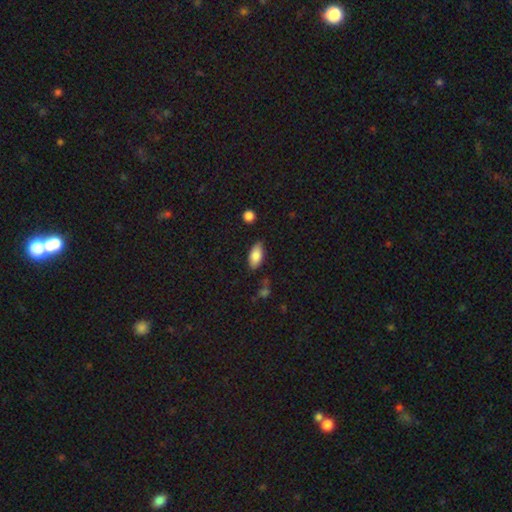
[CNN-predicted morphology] A smooth galaxy with no disk features (82%) that is in between round and cigar-shaped (90%).

Vote fractions:
- Smooth or featured? smooth: 82% / featured or disk: 11% / star or artifact: 7%
- How rounded? in between: 90% / cigar-shaped: 7% / round: 3%
- Merging? none: 81% / minor disturbance: 14% / major disturbance: 3% / merger: 2%